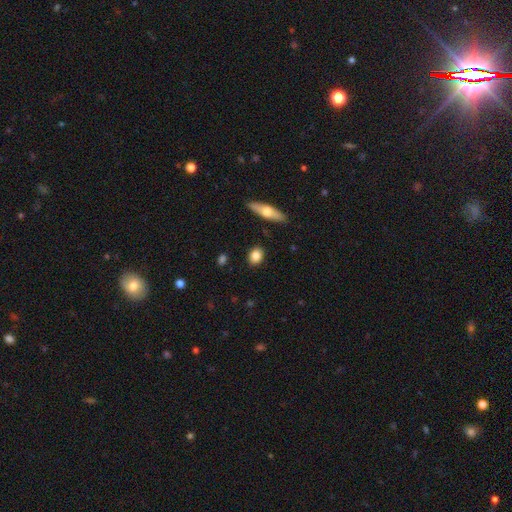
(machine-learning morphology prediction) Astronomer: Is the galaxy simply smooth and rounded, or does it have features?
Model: smooth — 83%.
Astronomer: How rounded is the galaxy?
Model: in between — 60% (runner-up: round, 36%).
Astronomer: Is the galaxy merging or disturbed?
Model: none — 88%.